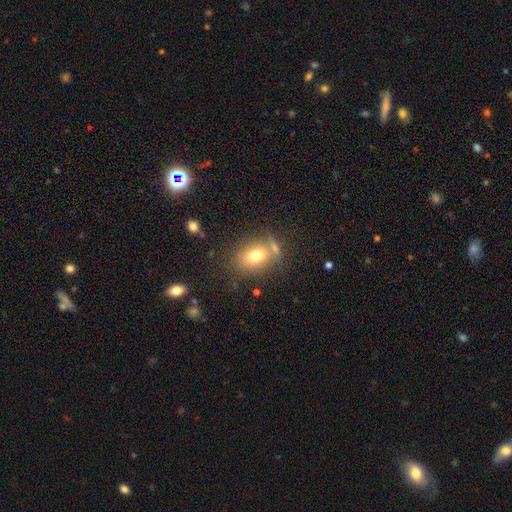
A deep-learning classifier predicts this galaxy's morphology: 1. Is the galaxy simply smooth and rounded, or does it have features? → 73% smooth, 16% featured or disk, 11% star or artifact.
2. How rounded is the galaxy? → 67% in between, 31% round, 2% cigar-shaped.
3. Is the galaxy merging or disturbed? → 63% none, 17% merger, 15% minor disturbance, 6% major disturbance.